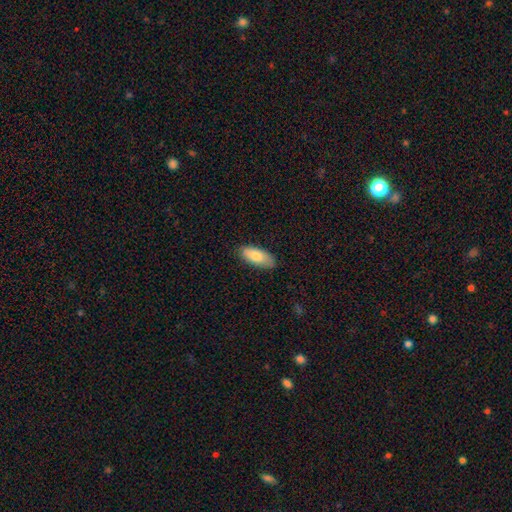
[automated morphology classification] Smooth or featured: smooth — 82% (featured or disk — 13%)
How rounded: in between — 85% (cigar-shaped — 13%)
Merging: none — 85% (minor disturbance — 12%)